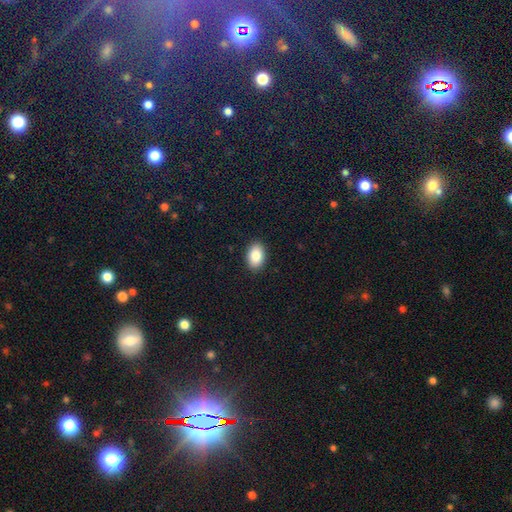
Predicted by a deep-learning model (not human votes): This appears to be a smooth galaxy with no disk features (85%) that is in between round and cigar-shaped (88%). Merging: none (90%).